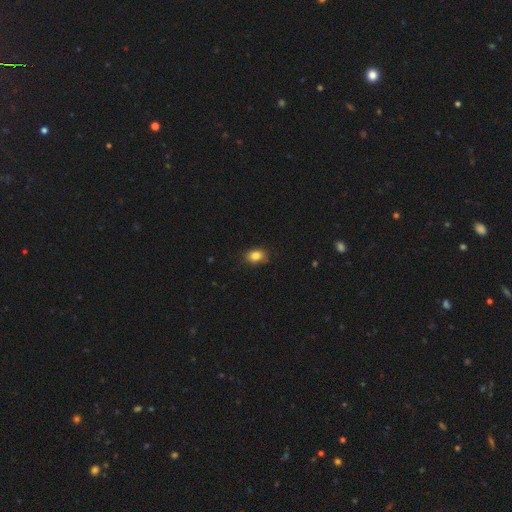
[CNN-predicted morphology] smooth 85%, star or artifact 10%, featured or disk 6%. Down the decision tree: how rounded — in between (68%); merging — none (84%).